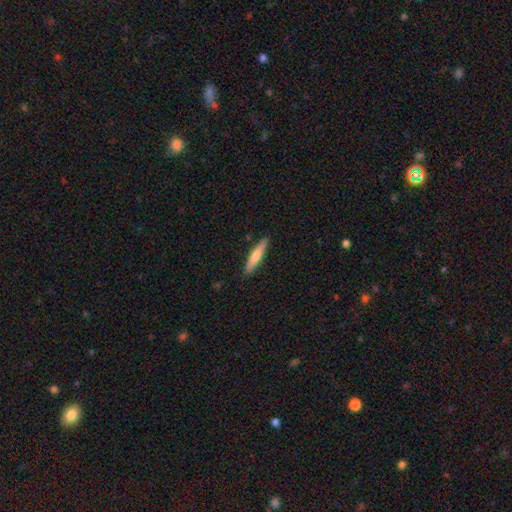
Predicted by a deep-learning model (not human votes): Smooth or featured?
  - smooth: 56% *
  - featured or disk: 39%
  - star or artifact: 5%
How rounded?
  - cigar-shaped: 89% *
  - in between: 9%
  - round: 1%
Merging?
  - none: 90% *
  - minor disturbance: 8%
  - major disturbance: 2%
  - merger: 1%